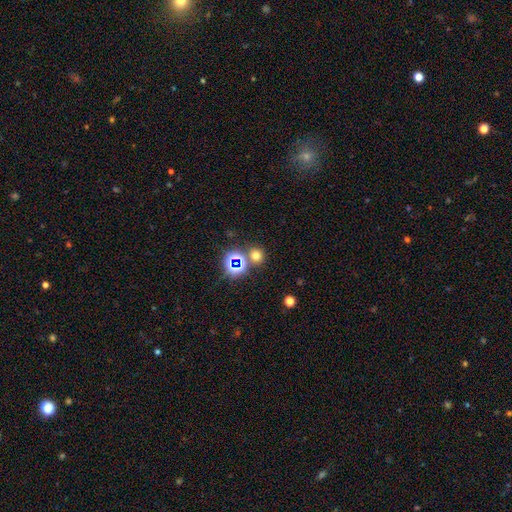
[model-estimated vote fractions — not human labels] The model was most divided on "smooth or featured": smooth: 62%, star or artifact: 31%, featured or disk: 7%. More confident: how rounded — round (85%); merging — none (74%).